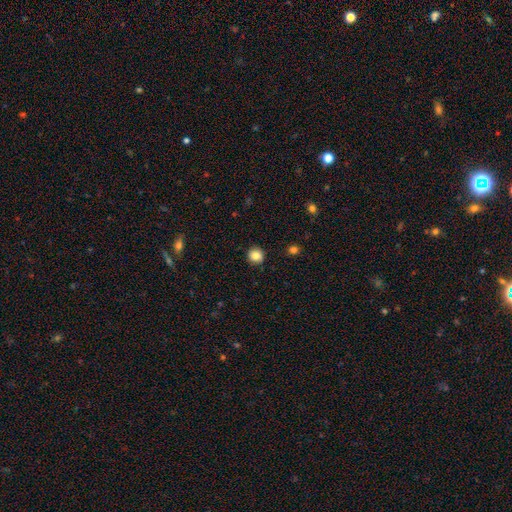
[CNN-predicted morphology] Smooth or featured? smooth (84%)
How rounded? round (92%)
Merging? none (91%)